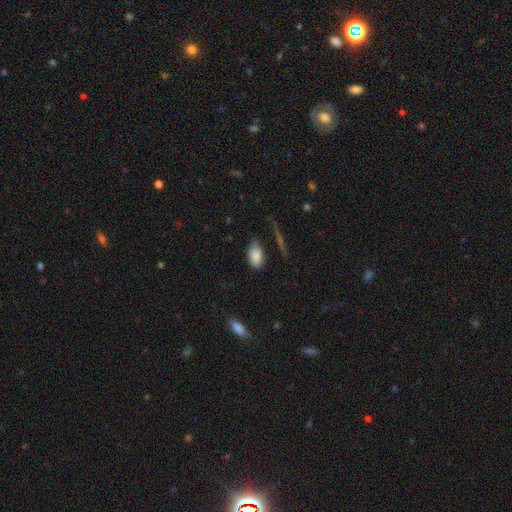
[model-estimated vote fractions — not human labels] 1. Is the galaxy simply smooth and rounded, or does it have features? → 85% smooth, 8% star or artifact, 7% featured or disk.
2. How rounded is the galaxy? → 92% in between, 5% round, 3% cigar-shaped.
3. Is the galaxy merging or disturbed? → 67% none, 24% minor disturbance, 6% major disturbance, 2% merger.